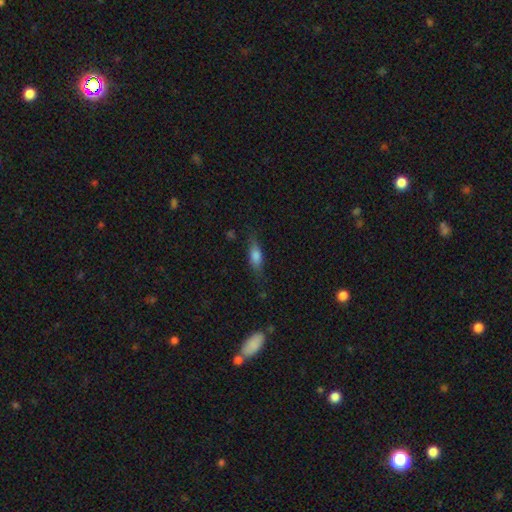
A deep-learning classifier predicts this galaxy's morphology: Smooth or featured?
  - smooth: 70% *
  - featured or disk: 22%
  - star or artifact: 9%
How rounded?
  - in between: 59% *
  - cigar-shaped: 37%
  - round: 4%
Merging?
  - none: 71% *
  - minor disturbance: 20%
  - major disturbance: 7%
  - merger: 2%